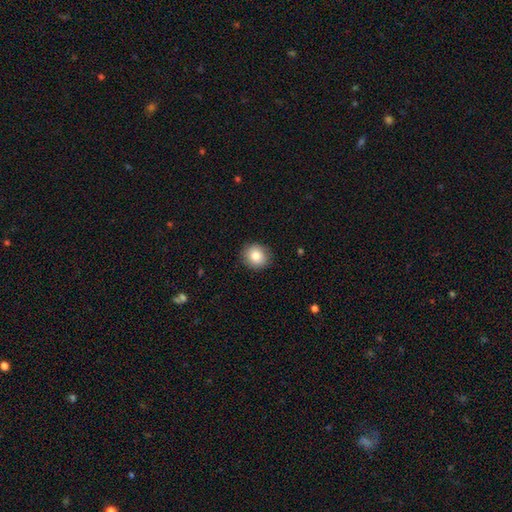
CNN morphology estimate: This is clearly a smooth galaxy (83%). How rounded: clearly round (84%). Merging: clearly none (89%).